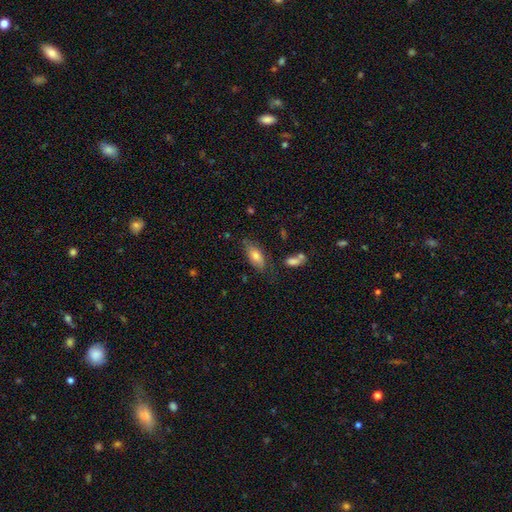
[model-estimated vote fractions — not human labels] Smooth or featured? smooth (71%)
How rounded? in between (83%)
Merging? none (63%)